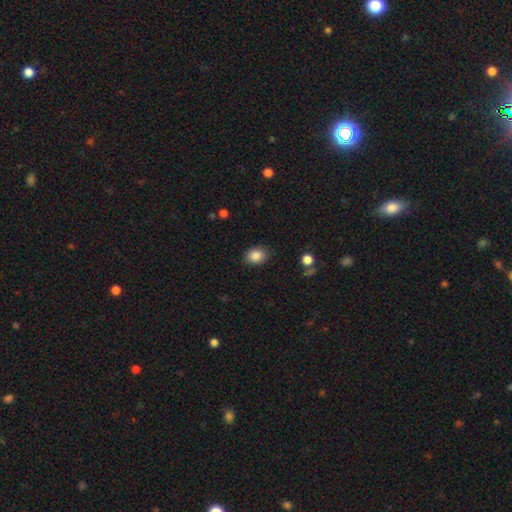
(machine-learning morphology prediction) smooth 86%, star or artifact 9%, featured or disk 4%. Down the decision tree: how rounded — in between (54%); merging — none (84%).